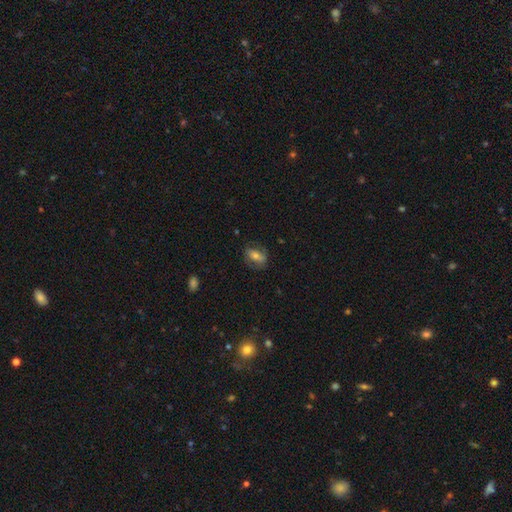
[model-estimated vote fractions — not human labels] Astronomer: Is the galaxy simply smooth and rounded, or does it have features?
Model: smooth — 52% (runner-up: featured or disk, 39%).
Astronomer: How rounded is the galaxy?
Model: in between — 78%.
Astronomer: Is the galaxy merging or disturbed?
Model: none — 70%.